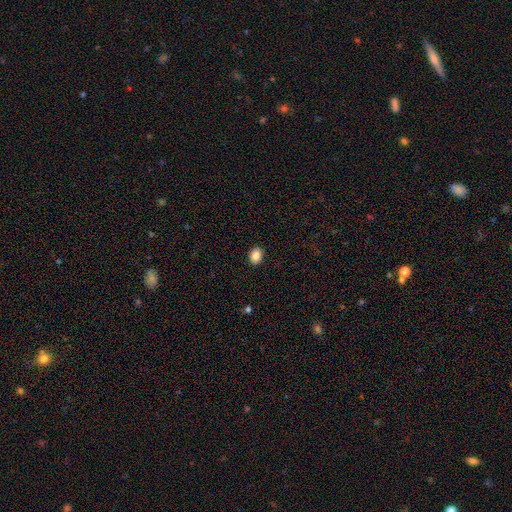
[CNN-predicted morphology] Smooth or featured?
  - smooth: 87% *
  - star or artifact: 9%
  - featured or disk: 4%
How rounded?
  - in between: 60% *
  - round: 39%
  - cigar-shaped: 1%
Merging?
  - none: 91% *
  - minor disturbance: 7%
  - major disturbance: 2%
  - merger: 1%